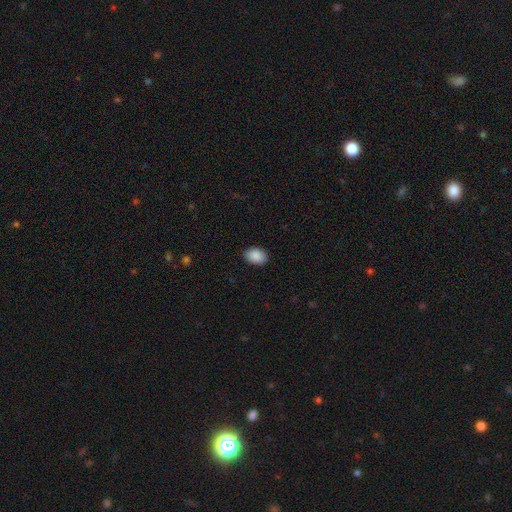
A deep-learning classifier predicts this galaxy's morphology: smooth_or_featured: smooth (p=0.90) [alt: star or artifact p=0.07]
how_rounded: in between (p=0.83) [alt: round p=0.16]
merging: none (p=0.89) [alt: minor disturbance p=0.08]